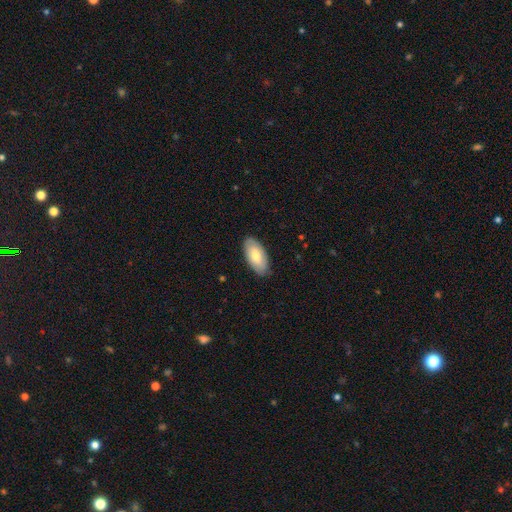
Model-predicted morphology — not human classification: Smooth or featured?
  - smooth: 68% *
  - featured or disk: 27%
  - star or artifact: 5%
How rounded?
  - in between: 94% *
  - cigar-shaped: 4%
  - round: 2%
Merging?
  - none: 86% *
  - minor disturbance: 11%
  - major disturbance: 2%
  - merger: 1%